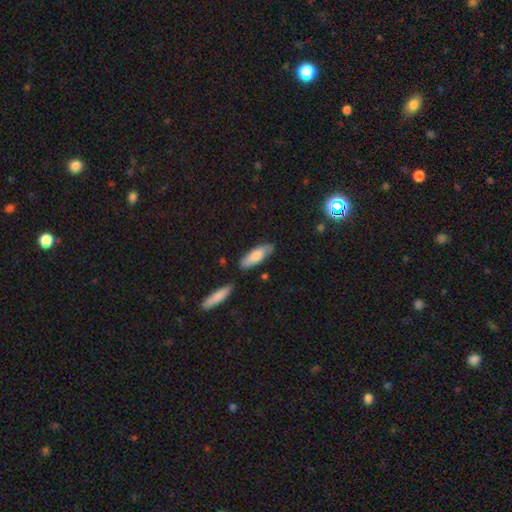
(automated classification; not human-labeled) Overall: smooth (75%). How rounded: in between (56%; cigar-shaped 42%). Merging: none (76%).